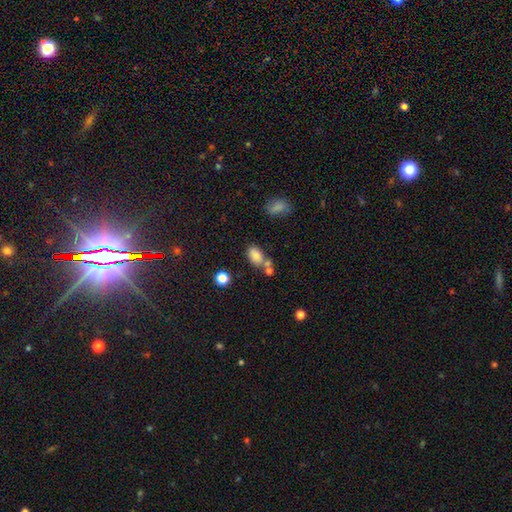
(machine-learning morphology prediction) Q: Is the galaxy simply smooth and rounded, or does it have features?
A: smooth — 80%.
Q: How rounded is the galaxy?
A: in between — 87%.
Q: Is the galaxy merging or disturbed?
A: none — 48%.